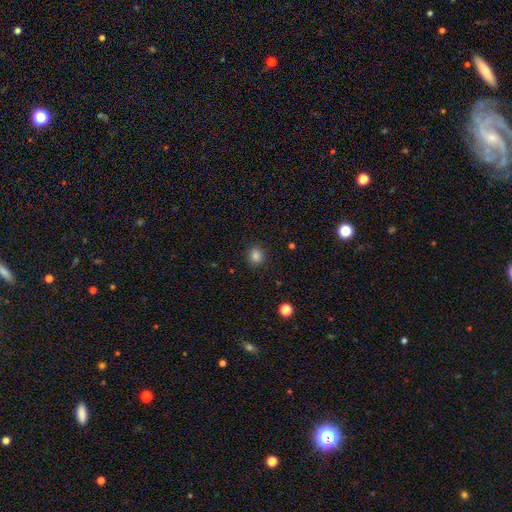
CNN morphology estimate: Overall: smooth (84%). How rounded: round (82%). Merging: none (89%).